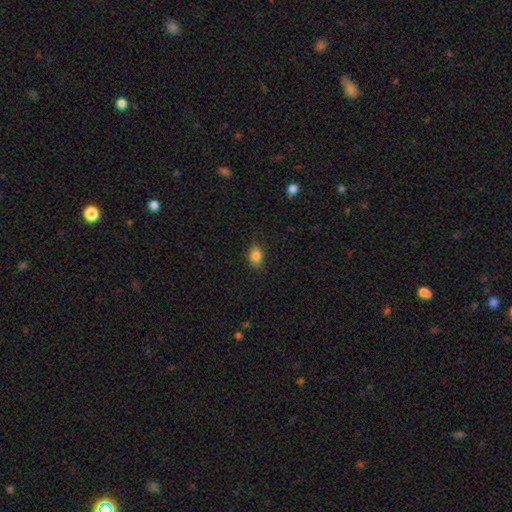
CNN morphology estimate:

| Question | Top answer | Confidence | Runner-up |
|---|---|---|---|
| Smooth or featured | smooth | 85% | star or artifact (10%) |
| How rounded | in between | 79% | round (19%) |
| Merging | none | 85% | minor disturbance (11%) |